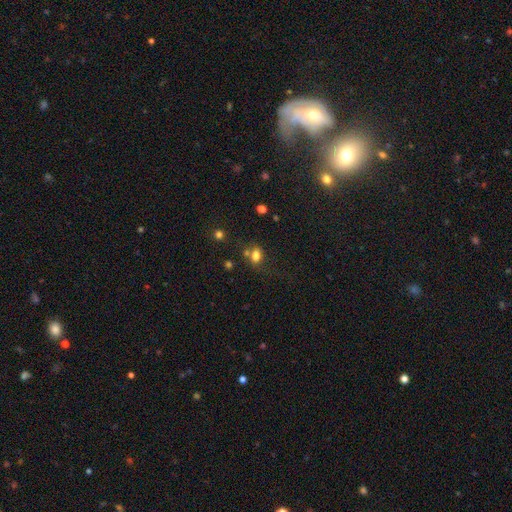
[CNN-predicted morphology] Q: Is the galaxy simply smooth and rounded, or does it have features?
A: smooth — 78%.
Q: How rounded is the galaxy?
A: in between — 65%.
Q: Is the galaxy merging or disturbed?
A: none — 55%.